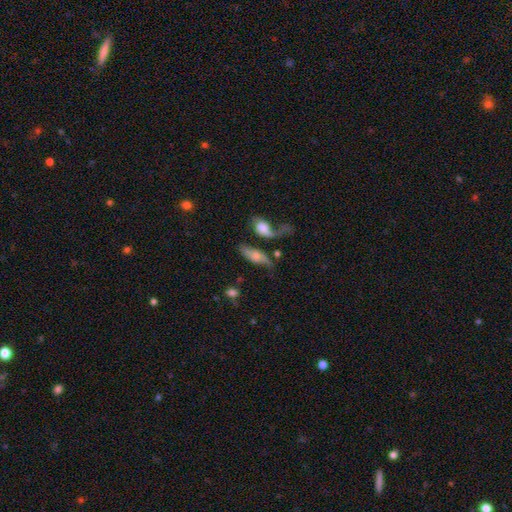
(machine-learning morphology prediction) Smooth or featured?
  - featured or disk: 59% *
  - smooth: 32%
  - star or artifact: 9%
Edge-on disk?
  - no: 78% *
  - yes: 22%
Merging?
  - none: 39% *
  - major disturbance: 21%
  - merger: 21%
  - minor disturbance: 19%